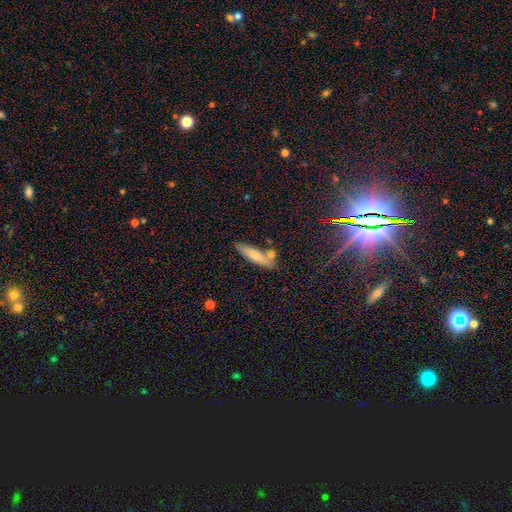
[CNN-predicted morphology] type=smooth (72%); roundness=cigar-shaped (76%); merging=none (69%).